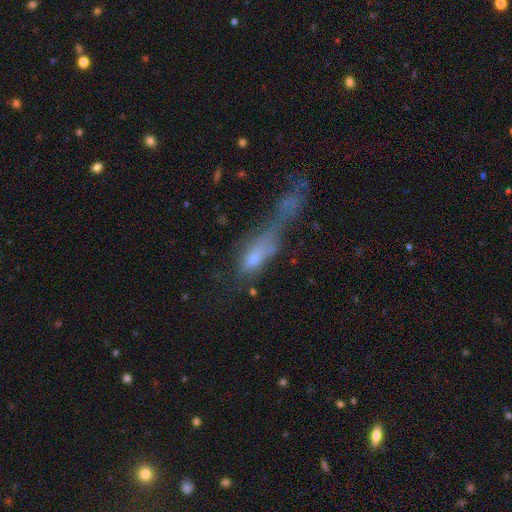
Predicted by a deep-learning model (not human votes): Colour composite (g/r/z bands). It shows a smooth galaxy with no disk features (53%) that is in between round and cigar-shaped (51%). Merging: merger (50%).